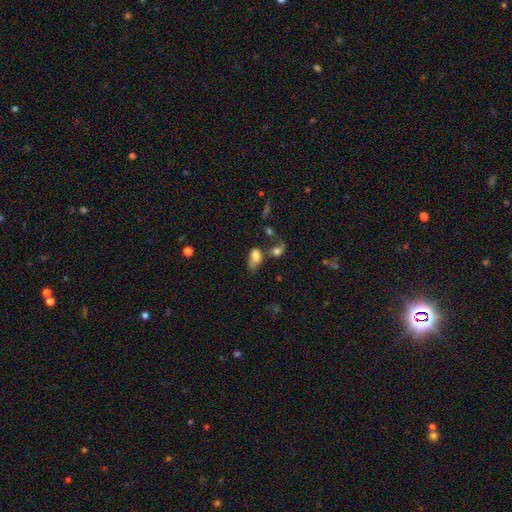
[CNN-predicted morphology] Smooth or featured?
  - smooth: 71% *
  - featured or disk: 19%
  - star or artifact: 10%
How rounded?
  - in between: 88% *
  - round: 10%
  - cigar-shaped: 2%
Merging?
  - merger: 37% *
  - none: 23%
  - major disturbance: 22%
  - minor disturbance: 19%